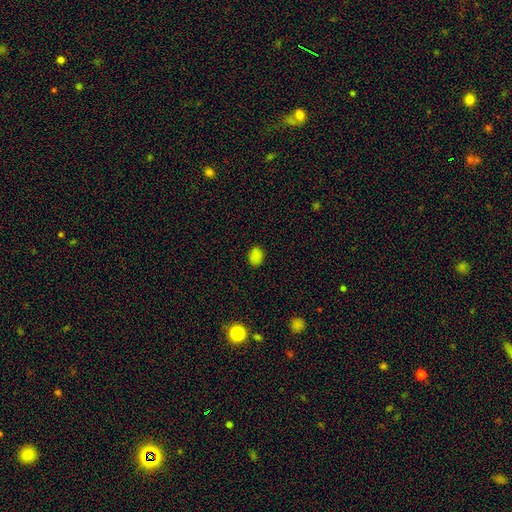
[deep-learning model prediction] smooth-or-featured: smooth: 81% | star or artifact: 16% | featured or disk: 3%
  how-rounded: in between: 68% | round: 31% | cigar-shaped: 1%
  merging: none: 85% | minor disturbance: 11% | major disturbance: 3% | merger: 1%